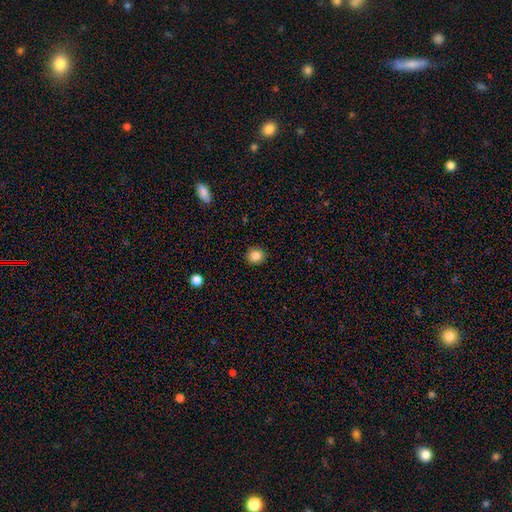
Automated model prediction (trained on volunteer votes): Smooth or featured: smooth — 85% (star or artifact — 10%)
How rounded: round — 85% (in between — 14%)
Merging: none — 92% (minor disturbance — 6%)